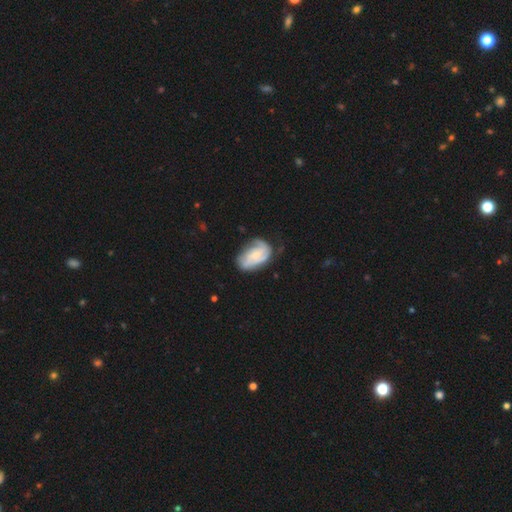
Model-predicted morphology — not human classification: The model was most divided on "spiral arm count": can't tell: 33%, 2: 30%, 3: 22%, 1: 7%, 4: 5%, more than 4: 3%. Remaining: edge-on disk — no (97%); spiral arms — yes (84%); smooth or featured — featured or disk (66%); bar — no (65%); bulge size — small (62%); merging — none (50%); spiral winding — tight (44%).